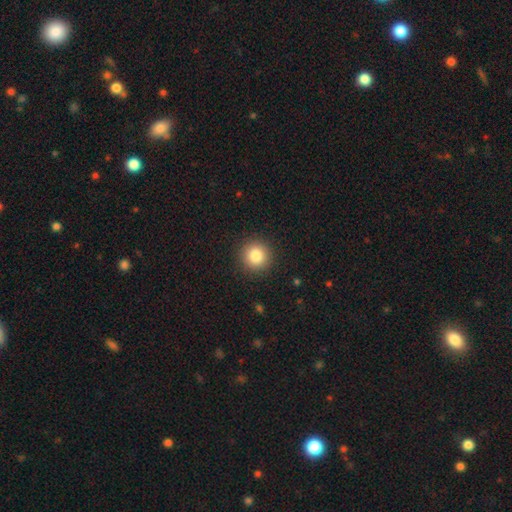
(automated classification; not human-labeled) This is clearly a smooth galaxy (84%). How rounded: clearly round (94%). Merging: clearly none (91%).